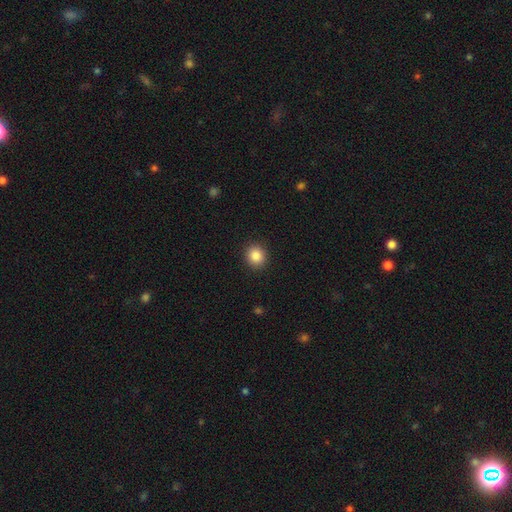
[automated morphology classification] Smooth or featured? smooth (86%)
How rounded? round (82%)
Merging? none (91%)